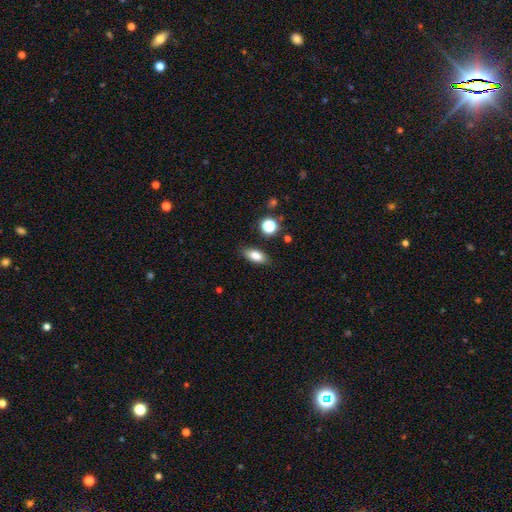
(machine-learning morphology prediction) Smooth or featured?
  - smooth: 82% *
  - star or artifact: 9%
  - featured or disk: 9%
How rounded?
  - in between: 81% *
  - cigar-shaped: 14%
  - round: 5%
Merging?
  - none: 85% *
  - minor disturbance: 11%
  - major disturbance: 3%
  - merger: 2%